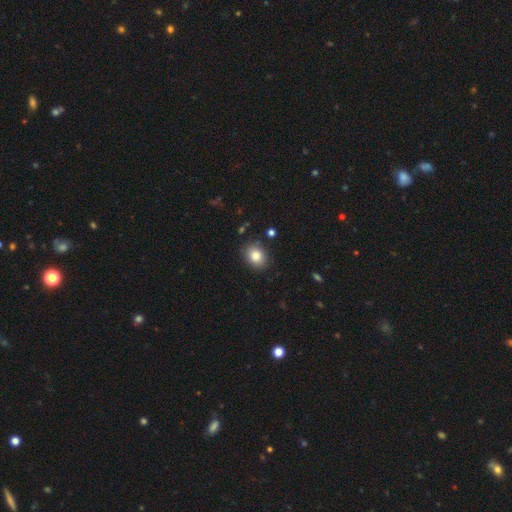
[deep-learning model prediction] smooth 84%, star or artifact 9%, featured or disk 7%. Down the decision tree: how rounded — in between (51%); merging — none (84%).